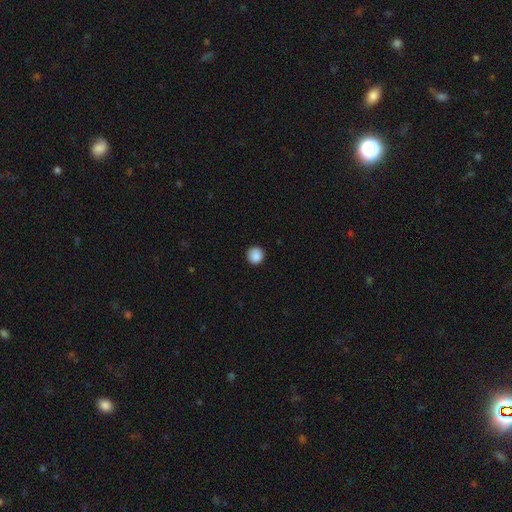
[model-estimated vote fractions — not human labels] This is clearly a smooth galaxy (88%). How rounded: clearly round (94%). Merging: clearly none (91%).